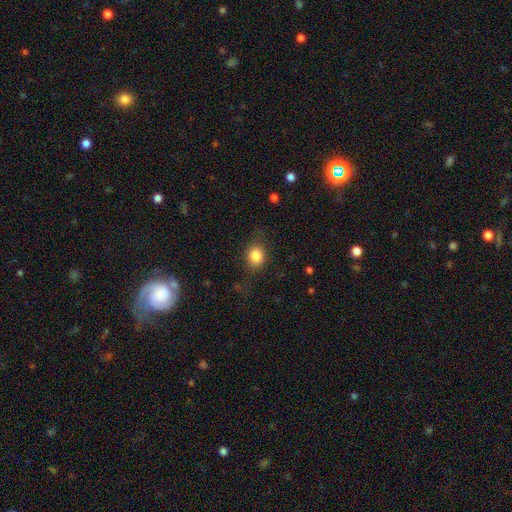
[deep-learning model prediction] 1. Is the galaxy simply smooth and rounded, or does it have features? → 82% smooth, 10% star or artifact, 8% featured or disk.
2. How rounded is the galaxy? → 64% round, 35% in between, 1% cigar-shaped.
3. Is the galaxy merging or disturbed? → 74% none, 17% minor disturbance, 8% major disturbance, 1% merger.